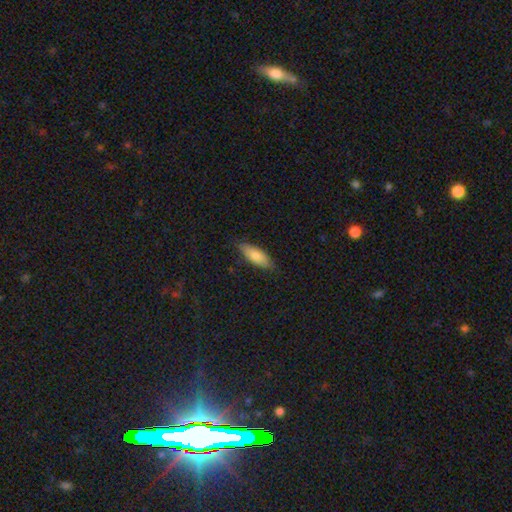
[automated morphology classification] type=smooth (76%); roundness=in between (57%); merging=none (82%).